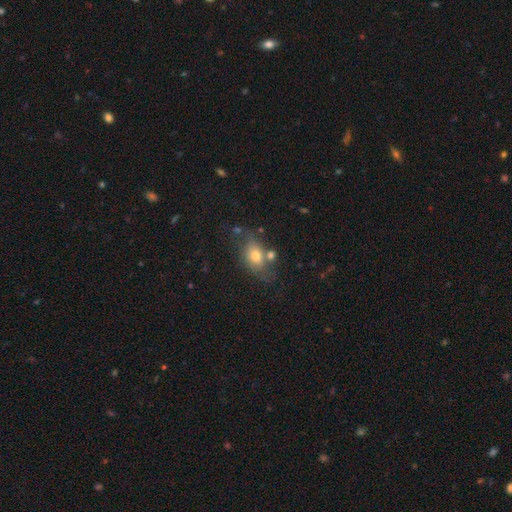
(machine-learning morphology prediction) The model was most divided on "merging": none: 54%, minor disturbance: 21%, merger: 16%, major disturbance: 9%. More confident: how rounded — in between (79%); smooth or featured — smooth (67%).